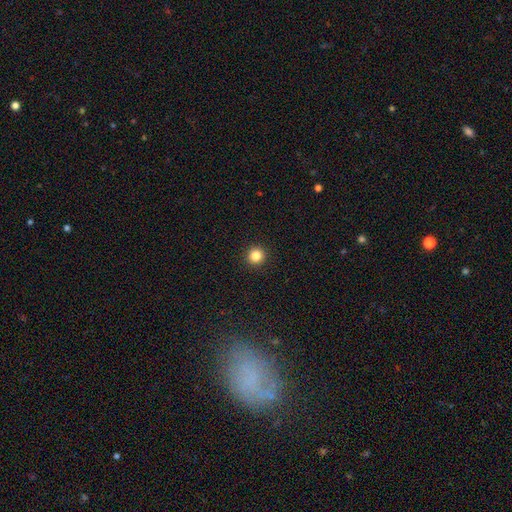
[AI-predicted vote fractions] Morphology: type=smooth (84%); roundness=round (95%); merging=none (94%).